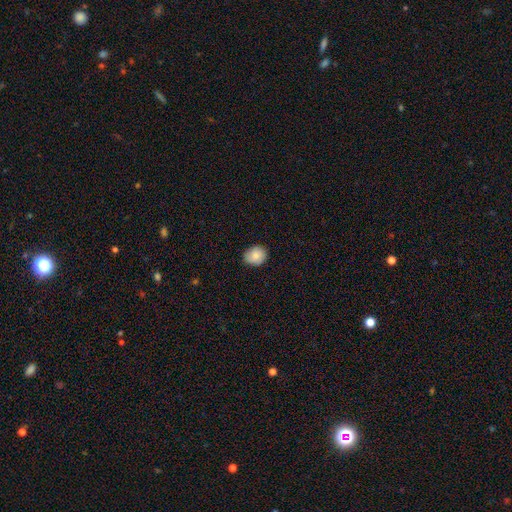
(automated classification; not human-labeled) Smooth or featured? smooth (83%)
How rounded? round (64%)
Merging? none (80%)